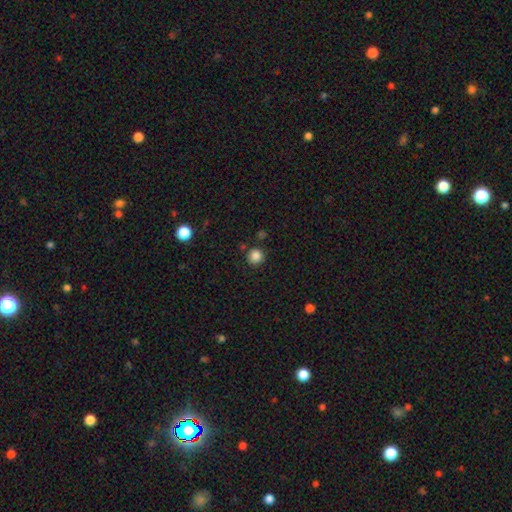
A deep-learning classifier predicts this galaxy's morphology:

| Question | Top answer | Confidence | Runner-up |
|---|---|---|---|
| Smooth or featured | smooth | 85% | star or artifact (11%) |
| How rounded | round | 95% | in between (4%) |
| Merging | none | 87% | minor disturbance (7%) |